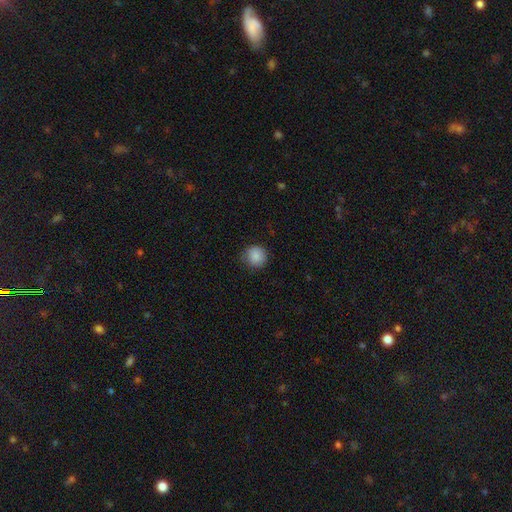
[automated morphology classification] smooth-or-featured: smooth: 88% | star or artifact: 9% | featured or disk: 4%
  how-rounded: round: 92% | in between: 7% | cigar-shaped: 1%
  merging: none: 82% | minor disturbance: 14% | major disturbance: 3% | merger: 1%